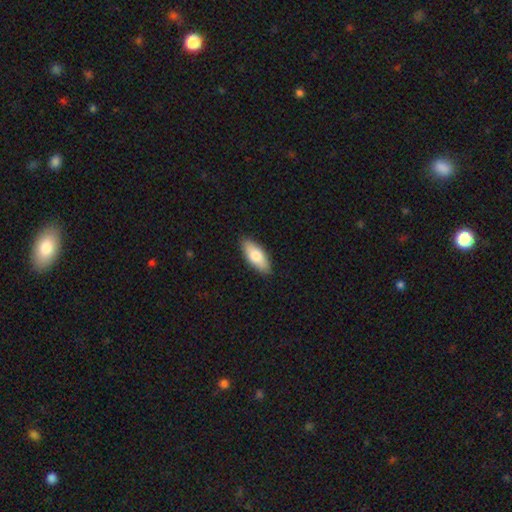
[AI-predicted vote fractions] Smooth or featured: smooth — 75% (featured or disk — 19%)
How rounded: in between — 78% (cigar-shaped — 19%)
Merging: none — 89% (minor disturbance — 9%)